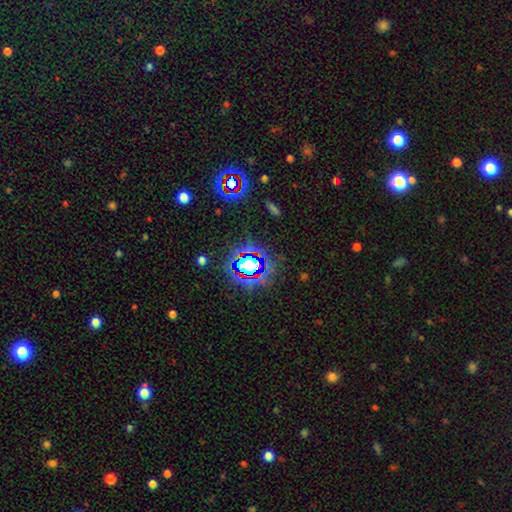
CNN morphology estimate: Q: Smooth or featured?
A: star or artifact (65%); runner-up: smooth (22%)